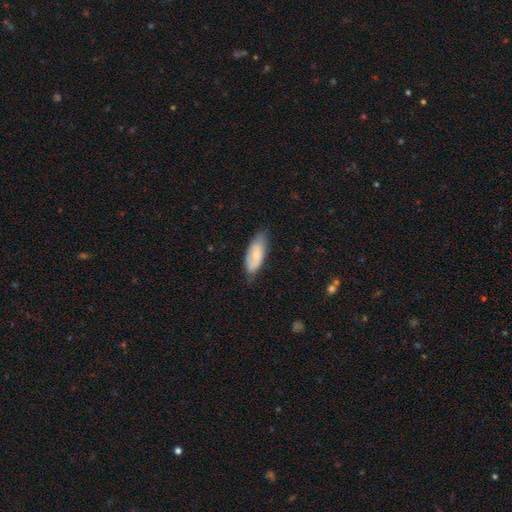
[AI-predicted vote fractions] A smooth galaxy with no disk features (65%) that is in between round and cigar-shaped (85%).

Vote fractions:
- Smooth or featured? smooth: 65% / featured or disk: 29% / star or artifact: 6%
- How rounded? in between: 85% / cigar-shaped: 13% / round: 2%
- Merging? none: 66% / minor disturbance: 27% / major disturbance: 5% / merger: 1%